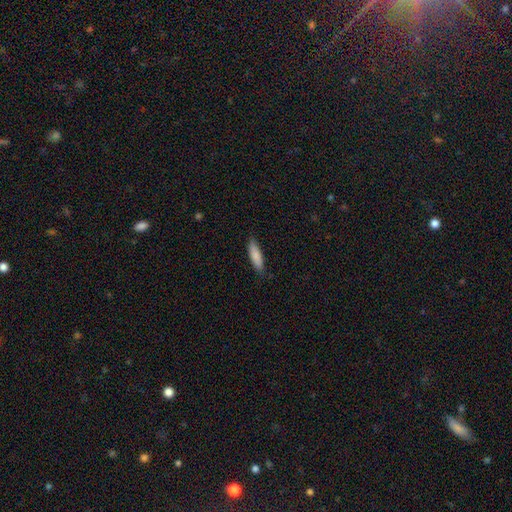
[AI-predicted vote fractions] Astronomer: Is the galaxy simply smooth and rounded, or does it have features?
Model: smooth — 85%.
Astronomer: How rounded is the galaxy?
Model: cigar-shaped — 59% (runner-up: in between, 39%).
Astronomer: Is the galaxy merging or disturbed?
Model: none — 84%.